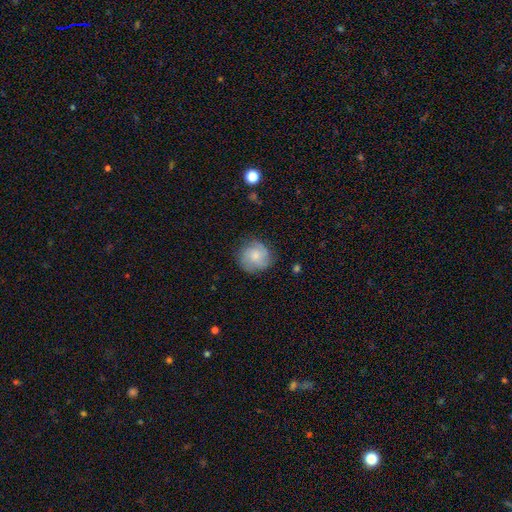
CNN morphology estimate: Smooth or featured: smooth — 53% (featured or disk — 39%)
How rounded: round — 90% (in between — 9%)
Merging: none — 79% (minor disturbance — 15%)